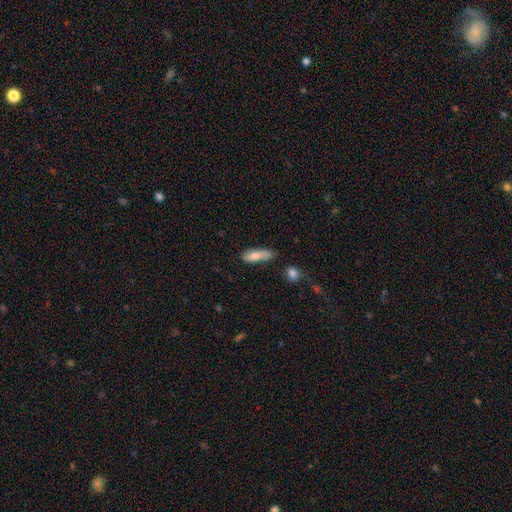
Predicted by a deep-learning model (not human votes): A smooth galaxy with no disk features (75%) that is in between round and cigar-shaped (54%). Merging: none (59%).